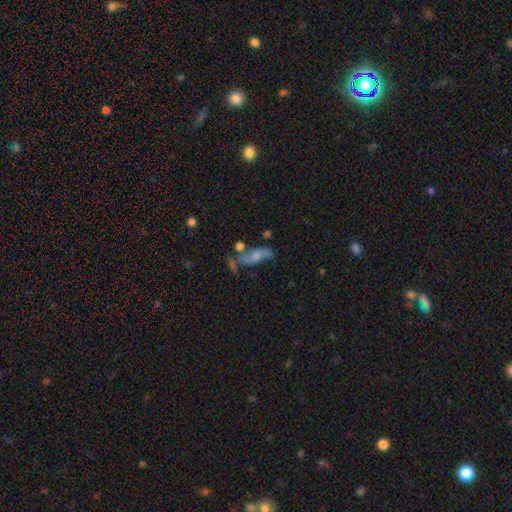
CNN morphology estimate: type=featured or disk (56%); edge-on=no (90%); bar=no (62%); spiral arms=yes (83%); bulge=small (34%); merging=none (42%).